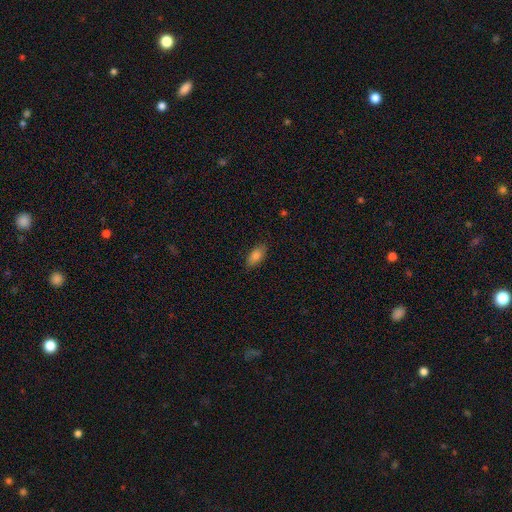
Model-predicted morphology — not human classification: This appears to be a smooth galaxy with no disk features (81%) that is in between round and cigar-shaped (86%). Merging: none (85%).